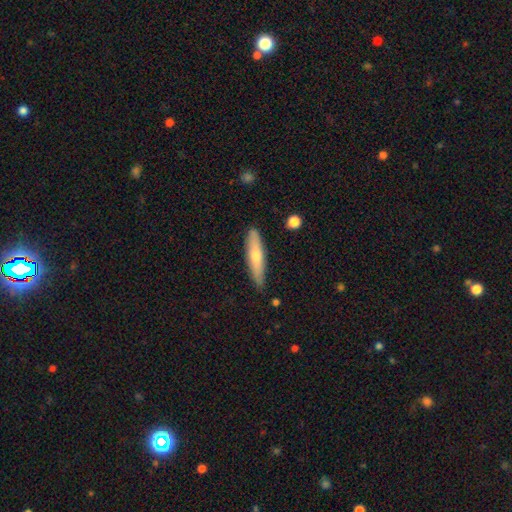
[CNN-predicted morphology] Smooth or featured? smooth (61%)
How rounded? cigar-shaped (80%)
Merging? none (85%)